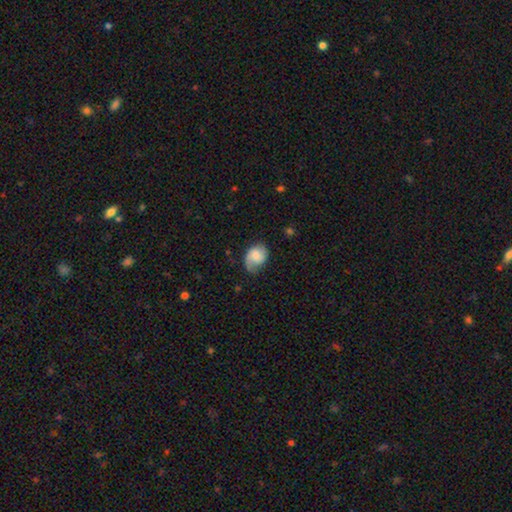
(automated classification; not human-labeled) A featured or disk galaxy (48%). Merging: none (57%).